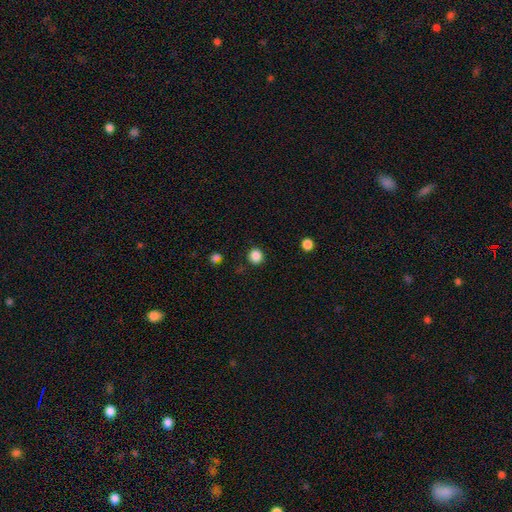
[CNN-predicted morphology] smooth 86%, star or artifact 11%, featured or disk 3%. Down the decision tree: how rounded — round (89%); merging — none (89%).